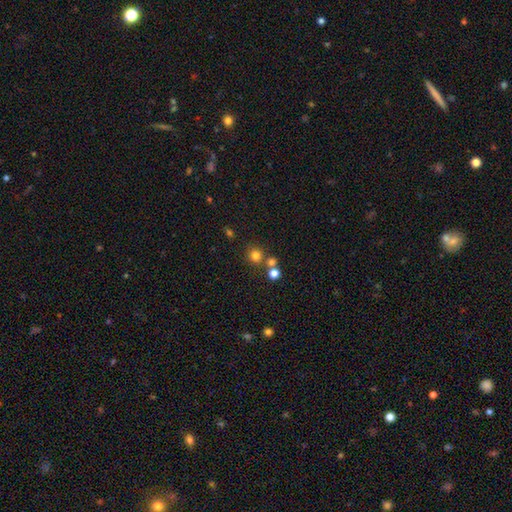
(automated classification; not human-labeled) smooth_or_featured: smooth (p=0.76) [alt: star or artifact p=0.17]
how_rounded: round (p=0.91) [alt: in between p=0.08]
merging: none (p=0.70) [alt: merger p=0.19]